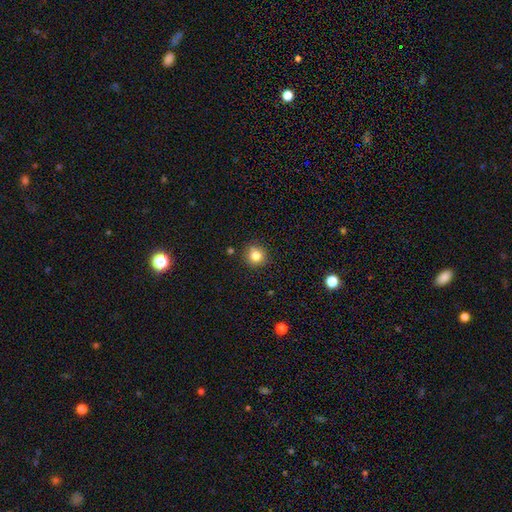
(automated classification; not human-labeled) This is clearly a smooth galaxy (81%). How rounded: clearly round (92%). Merging: clearly none (87%).